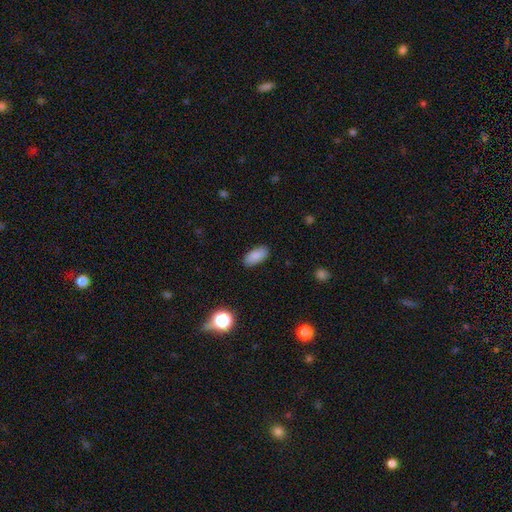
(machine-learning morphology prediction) smooth-or-featured: smooth: 87% | star or artifact: 8% | featured or disk: 5%
  how-rounded: in between: 91% | cigar-shaped: 7% | round: 3%
  merging: none: 88% | minor disturbance: 8% | major disturbance: 2% | merger: 1%